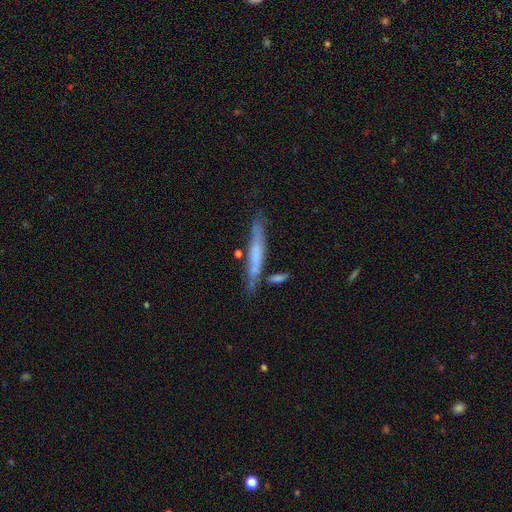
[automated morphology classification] Smooth or featured? Predicted: smooth (p=0.50). How rounded? Predicted: cigar-shaped (p=0.94). Merging? Predicted: none (p=0.69).